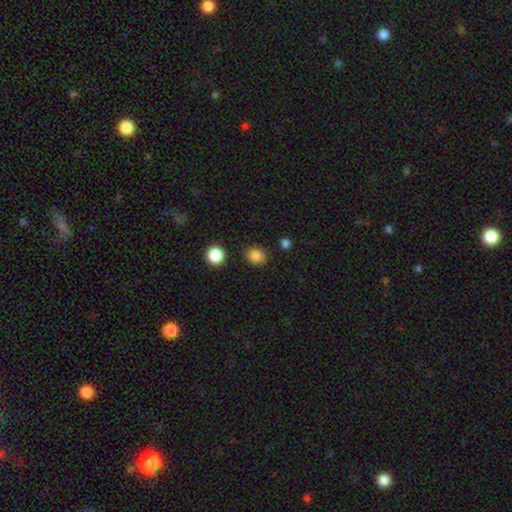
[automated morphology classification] This appears to be a smooth galaxy with no disk features (85%) that is round (69%). Merging: none (85%).